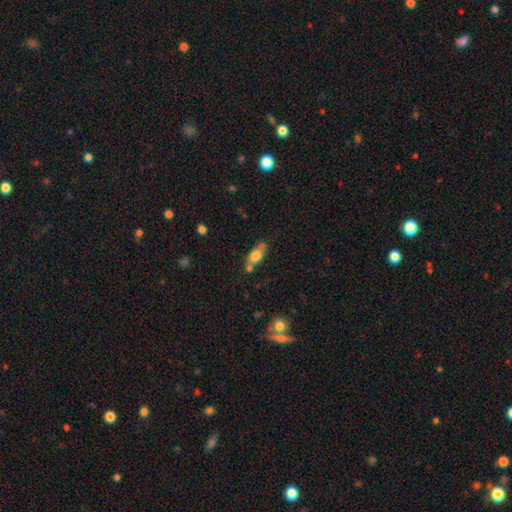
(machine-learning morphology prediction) Smooth or featured? Predicted: smooth (p=0.69). How rounded? Predicted: in between (p=0.76). Merging? Predicted: none (p=0.62).